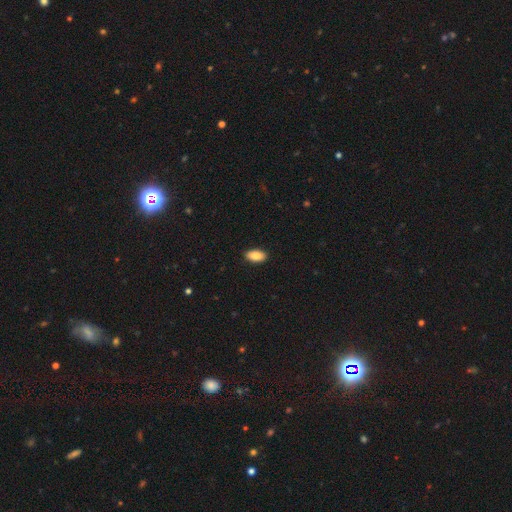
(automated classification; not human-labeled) Overall: smooth (89%). How rounded: in between (94%). Merging: none (89%).